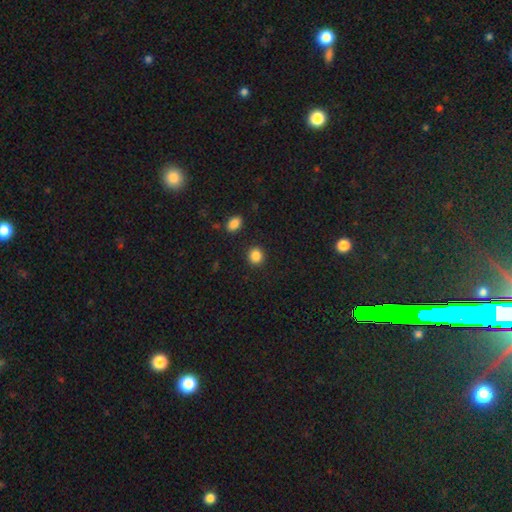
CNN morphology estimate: Smooth or featured: smooth — 87% (star or artifact — 10%)
How rounded: round — 83% (in between — 16%)
Merging: none — 91% (minor disturbance — 5%)